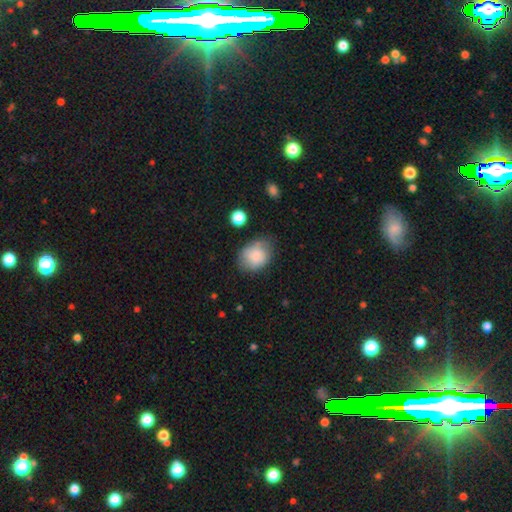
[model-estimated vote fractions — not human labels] The model was most divided on "how rounded": in between: 53%, round: 46%, cigar-shaped: 1%. More confident: smooth or featured — smooth (76%); merging — none (57%).